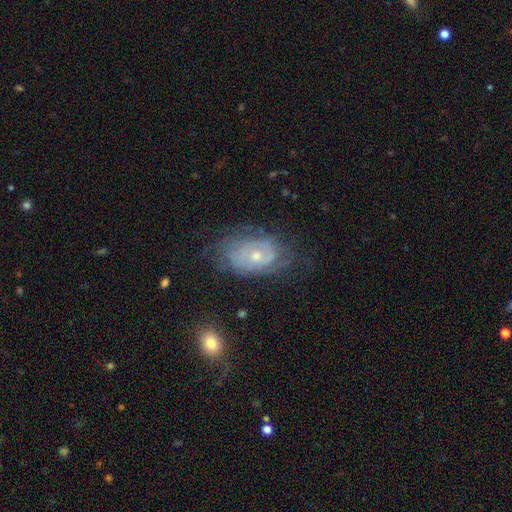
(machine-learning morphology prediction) Smooth or featured: featured or disk — 71% (smooth — 20%)
Edge-on disk: no — 95% (yes — 5%)
Bar: no — 79% (weak — 18%)
Spiral arms: yes — 80% (no — 20%)
Spiral winding: tight — 65% (medium — 26%)
Spiral arm count: can't tell — 55% (2 — 25%)
Bulge size: small — 55% (moderate — 41%)
Merging: none — 64% (minor disturbance — 23%)